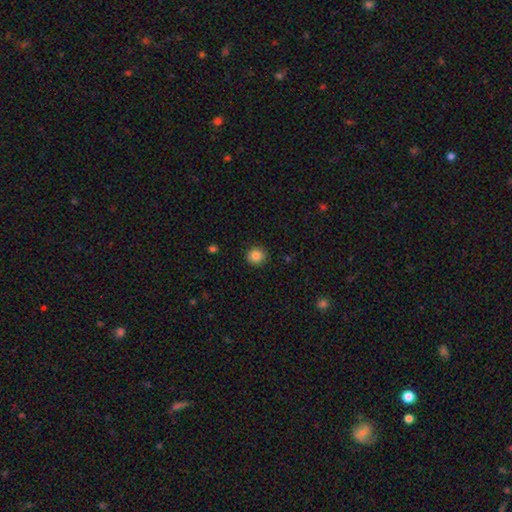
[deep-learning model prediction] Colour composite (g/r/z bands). It shows a smooth galaxy with no disk features (85%) that is round (91%). Merging: none (91%).